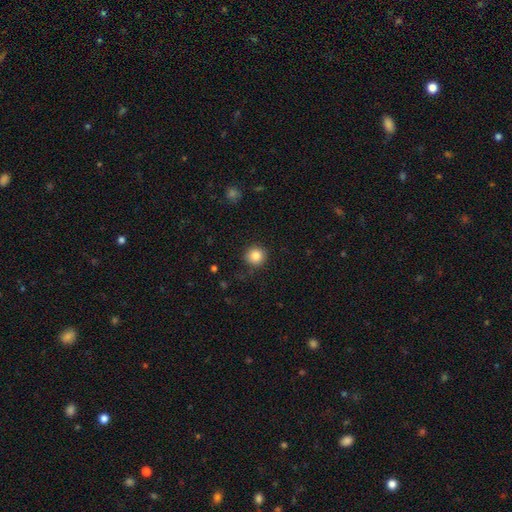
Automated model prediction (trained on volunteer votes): Smooth or featured? Predicted: smooth (p=0.85). How rounded? Predicted: round (p=0.93). Merging? Predicted: none (p=0.88).